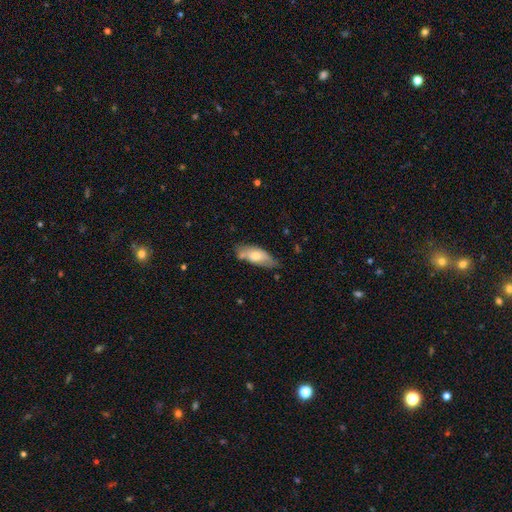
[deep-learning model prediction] Smooth or featured? Predicted: smooth (p=0.63). How rounded? Predicted: in between (p=0.78). Merging? Predicted: none (p=0.63).